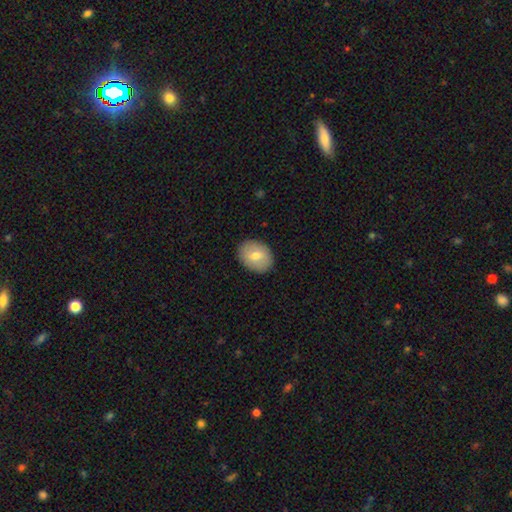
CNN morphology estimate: Smooth or featured? Predicted: smooth (p=0.72). How rounded? Predicted: in between (p=0.58). Merging? Predicted: none (p=0.89).